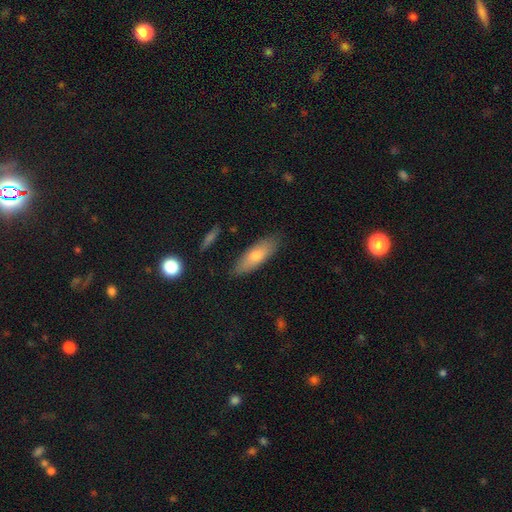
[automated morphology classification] smooth 69%, featured or disk 24%, star or artifact 7%. Down the decision tree: how rounded — in between (55%); merging — none (85%).